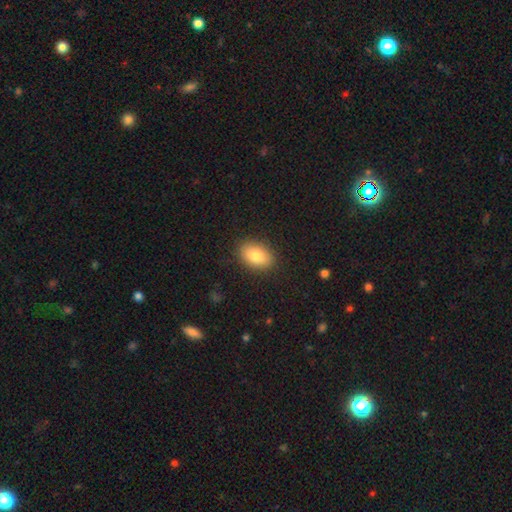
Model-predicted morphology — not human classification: Smooth or featured: smooth — 83% (featured or disk — 10%)
How rounded: in between — 88% (round — 10%)
Merging: none — 87% (minor disturbance — 9%)